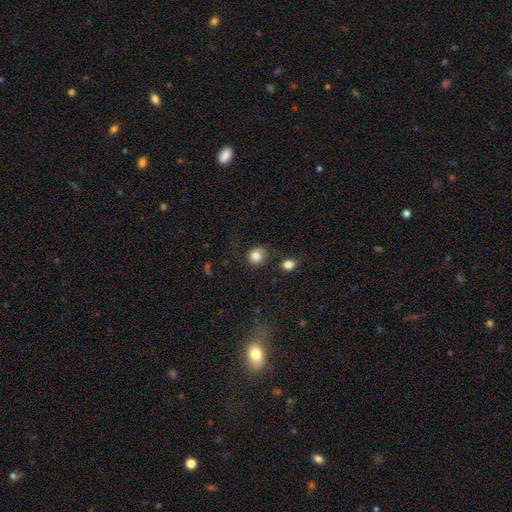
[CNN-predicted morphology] Smooth or featured? smooth (82%)
How rounded? round (80%)
Merging? none (67%)